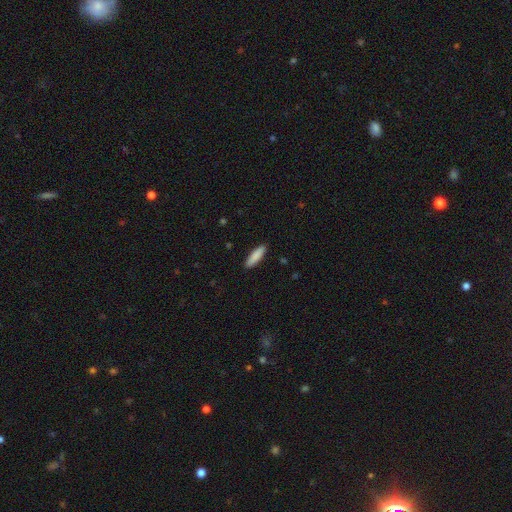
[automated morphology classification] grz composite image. It shows a smooth galaxy with no disk features (87%) that is cigar-shaped (61%). Merging: none (90%).